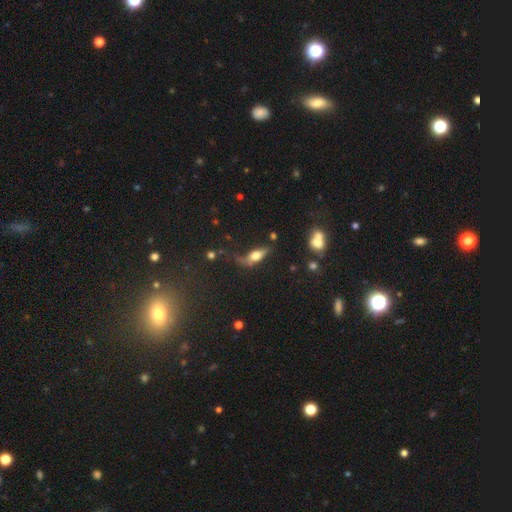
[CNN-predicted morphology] type=smooth (55%); roundness=in between (63%); merging=none (47%).